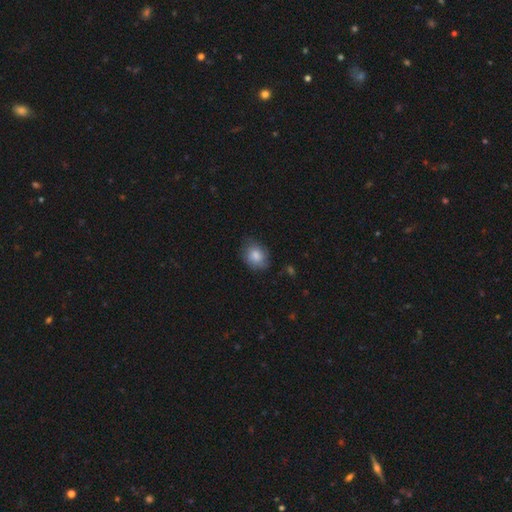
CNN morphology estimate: smooth-or-featured: smooth: 80% | featured or disk: 13% | star or artifact: 7%
  how-rounded: round: 50% (tied) | in between: 50% (tied) | cigar-shaped: 1%
  merging: none: 69% | minor disturbance: 24% | major disturbance: 6% | merger: 1%